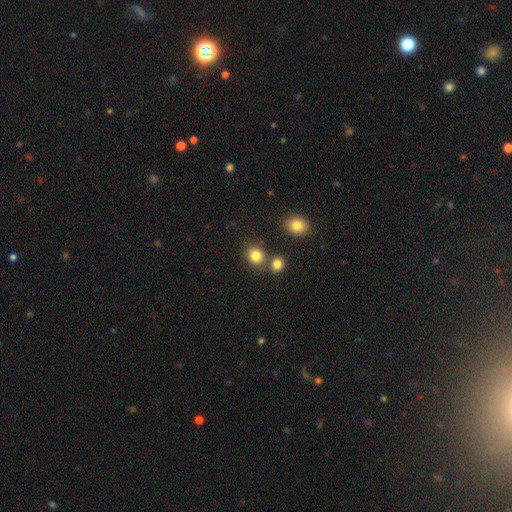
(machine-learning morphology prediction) smooth 82%, star or artifact 11%, featured or disk 7%. Down the decision tree: how rounded — round (67%); merging — none (67%).